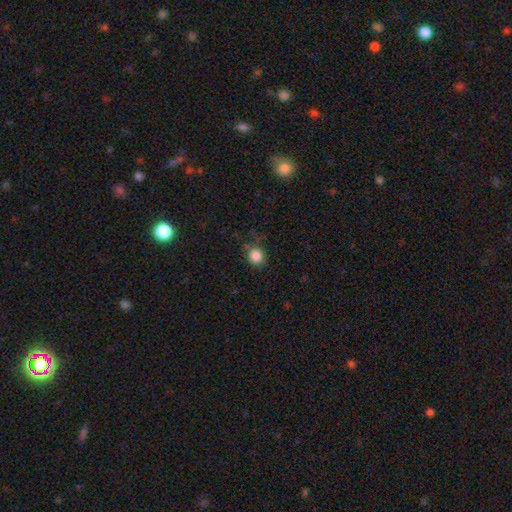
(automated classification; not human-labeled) Smooth or featured?
  - smooth: 85% *
  - star or artifact: 11%
  - featured or disk: 4%
How rounded?
  - round: 84% *
  - in between: 15%
  - cigar-shaped: 1%
Merging?
  - none: 78% *
  - minor disturbance: 16%
  - major disturbance: 4%
  - merger: 2%